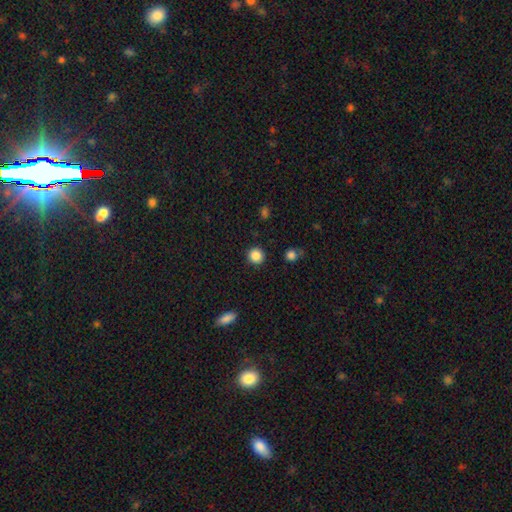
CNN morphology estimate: A smooth galaxy with no disk features (86%) that is round (93%).

Vote fractions:
- Smooth or featured? smooth: 86% / star or artifact: 11% / featured or disk: 3%
- How rounded? round: 93% / in between: 6% / cigar-shaped: 1%
- Merging? none: 91% / minor disturbance: 5% / major disturbance: 2% / merger: 2%